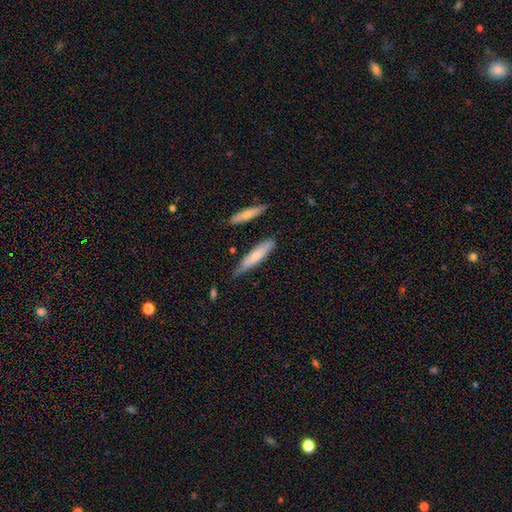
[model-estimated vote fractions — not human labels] Smooth or featured? smooth (65%)
How rounded? cigar-shaped (79%)
Merging? none (70%)